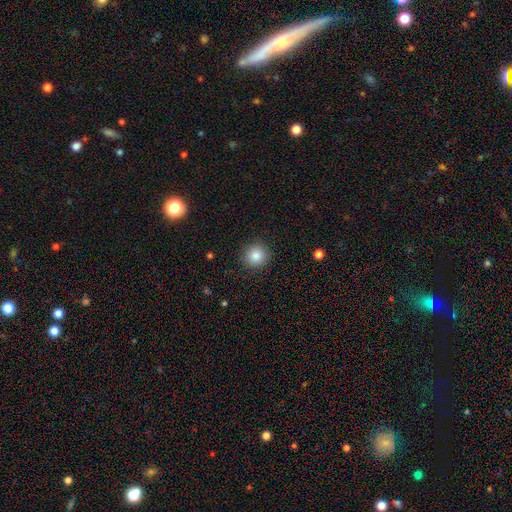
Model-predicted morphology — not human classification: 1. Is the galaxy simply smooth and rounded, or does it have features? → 85% smooth, 10% star or artifact, 6% featured or disk.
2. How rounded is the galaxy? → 92% round, 7% in between, 1% cigar-shaped.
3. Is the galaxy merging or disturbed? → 90% none, 7% minor disturbance, 2% major disturbance, 1% merger.